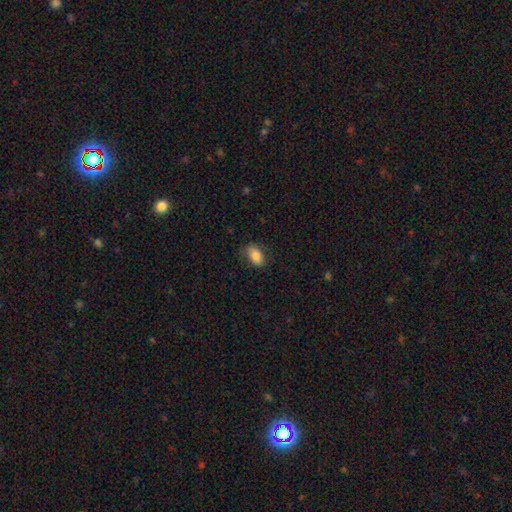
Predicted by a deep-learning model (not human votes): The model was most divided on "merging": none: 71%, minor disturbance: 22%, major disturbance: 6%, merger: 1%. More confident: how rounded — in between (89%); smooth or featured — smooth (82%).